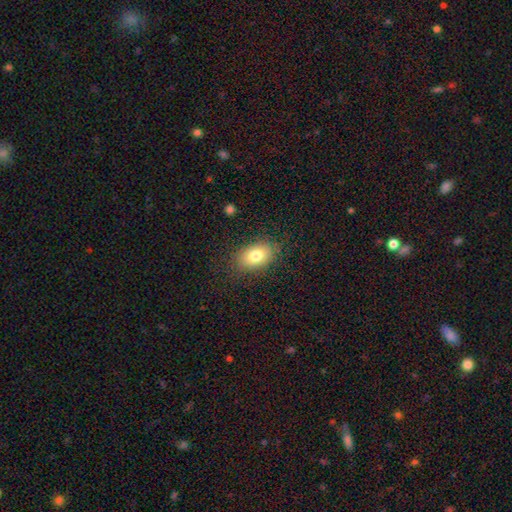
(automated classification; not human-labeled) Smooth or featured?
  - smooth: 79% *
  - featured or disk: 12%
  - star or artifact: 9%
How rounded?
  - in between: 86% *
  - round: 12%
  - cigar-shaped: 2%
Merging?
  - none: 82% *
  - minor disturbance: 12%
  - major disturbance: 4%
  - merger: 1%